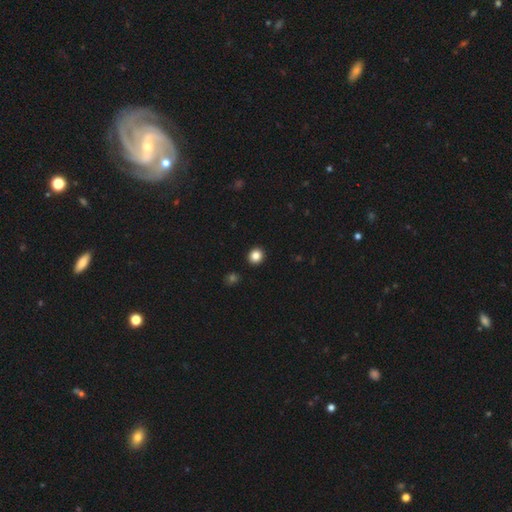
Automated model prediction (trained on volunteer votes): This appears to be a smooth galaxy with no disk features (85%) that is round (86%). Merging: none (93%).